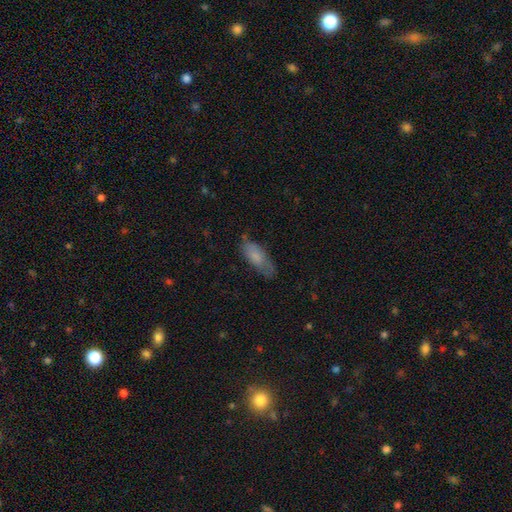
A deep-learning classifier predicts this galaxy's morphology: The model was most divided on "merging": none: 62%, minor disturbance: 27%, major disturbance: 8%, merger: 2%. More confident: how rounded — in between (75%); smooth or featured — smooth (73%).